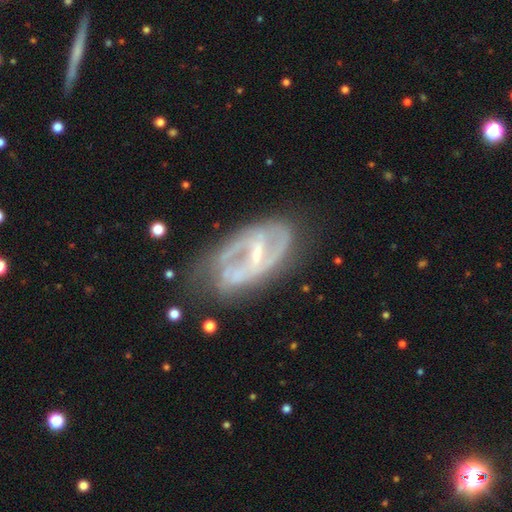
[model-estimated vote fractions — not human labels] featured or disk 81%, smooth 11%, star or artifact 7%. Down the decision tree: edge-on disk — no (94%); bar — strong (43%); spiral arms — yes (79%); spiral arm count — 2 (60%); spiral winding — medium (44%); bulge size — small (60%); merging — none (55%).